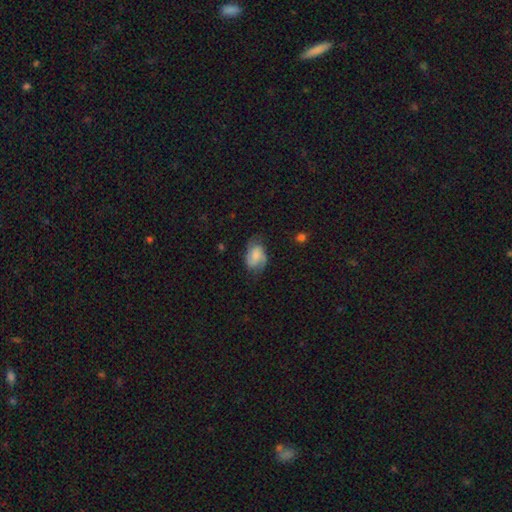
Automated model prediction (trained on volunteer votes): smooth-or-featured: smooth: 47% | featured or disk: 45% | star or artifact: 8%
  merging: none: 59% | minor disturbance: 27% | major disturbance: 12% | merger: 2%